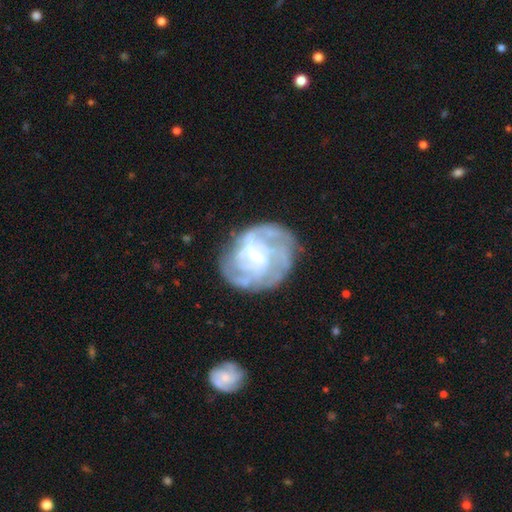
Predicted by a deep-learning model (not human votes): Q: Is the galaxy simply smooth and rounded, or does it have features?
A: featured or disk — 81%.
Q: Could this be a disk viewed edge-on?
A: no — 98%.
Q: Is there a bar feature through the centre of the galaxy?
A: weak — 51%.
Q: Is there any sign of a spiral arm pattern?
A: yes — 87%.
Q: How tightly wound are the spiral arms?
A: tight — 47%.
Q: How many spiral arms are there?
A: can't tell — 39%.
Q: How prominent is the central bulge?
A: small — 67%.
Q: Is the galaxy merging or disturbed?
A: none — 67%.